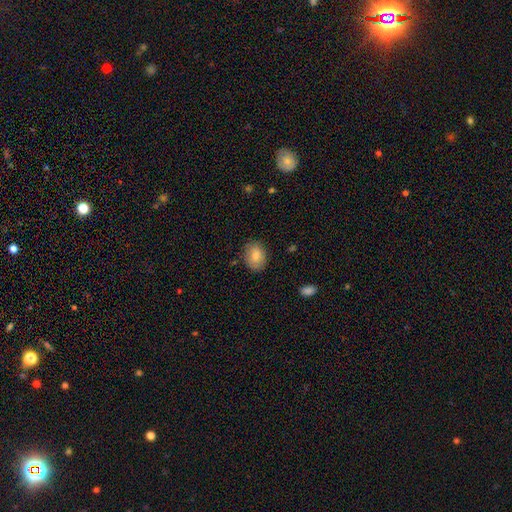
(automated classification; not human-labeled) Q: Smooth or featured?
A: smooth (84%); runner-up: featured or disk (9%)
Q: How rounded?
A: in between (68%); runner-up: round (31%)
Q: Merging?
A: none (82%); runner-up: minor disturbance (14%)